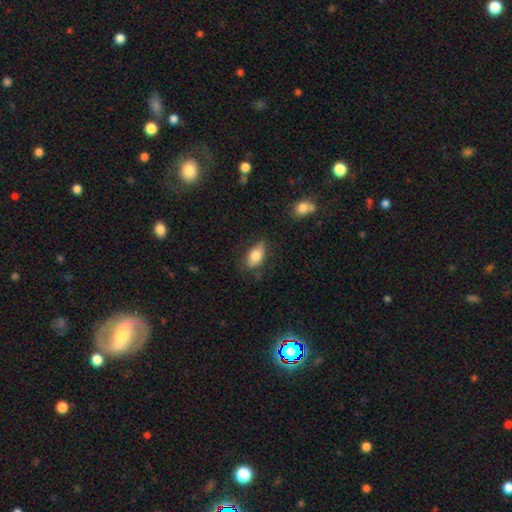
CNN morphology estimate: This appears to be a smooth galaxy with no disk features (77%) that is in between round and cigar-shaped (88%). Merging: none (64%).